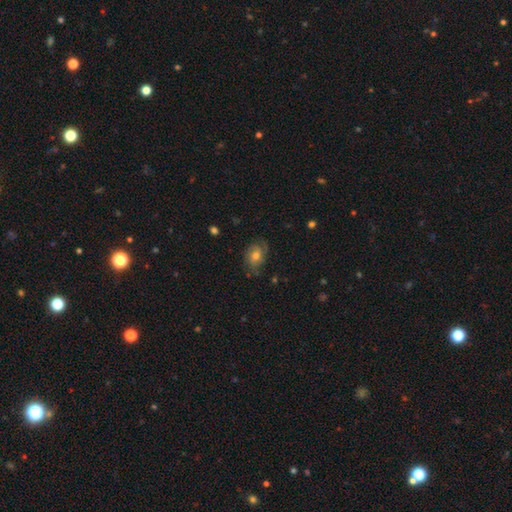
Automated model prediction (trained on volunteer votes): Smooth or featured?
  - featured or disk: 50% *
  - smooth: 40%
  - star or artifact: 10%
Merging?
  - none: 70% *
  - minor disturbance: 21%
  - major disturbance: 8%
  - merger: 1%